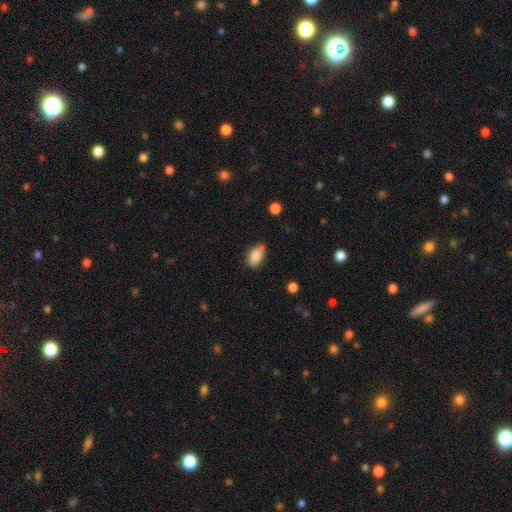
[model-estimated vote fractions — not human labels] The model was most divided on "merging": none: 66%, minor disturbance: 28%, major disturbance: 4%, merger: 2%. More confident: how rounded — in between (91%); smooth or featured — smooth (86%).